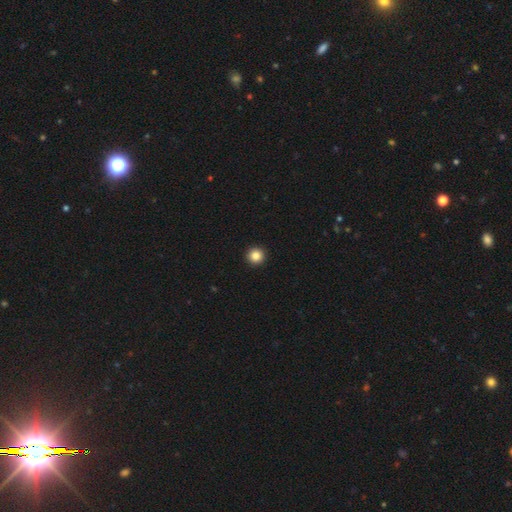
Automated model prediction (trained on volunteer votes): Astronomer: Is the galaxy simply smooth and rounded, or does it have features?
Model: smooth — 85%.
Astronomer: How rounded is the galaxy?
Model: round — 96%.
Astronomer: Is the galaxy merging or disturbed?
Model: none — 94%.